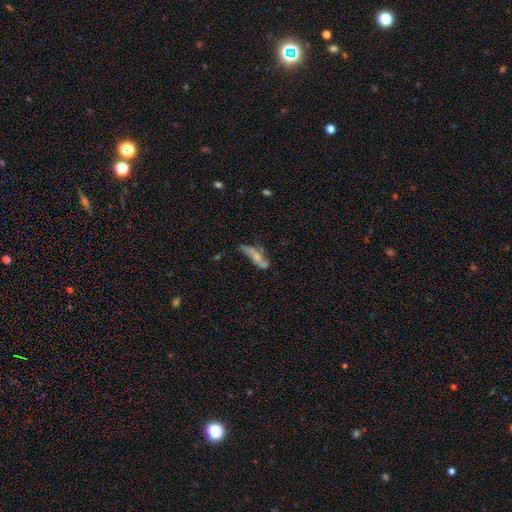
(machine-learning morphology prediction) Q: Smooth or featured?
A: smooth (45%); runner-up: featured or disk (44%)
Q: Merging?
A: none (30%); runner-up: merger (29%)